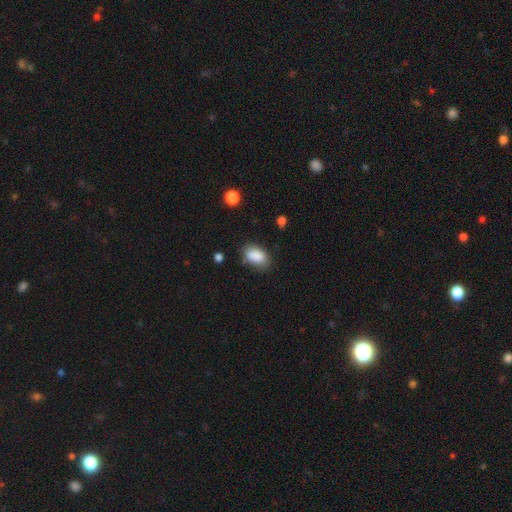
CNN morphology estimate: The model was most divided on "merging": none: 73%, minor disturbance: 20%, major disturbance: 5%, merger: 3%. More confident: how rounded — in between (89%); smooth or featured — smooth (87%).